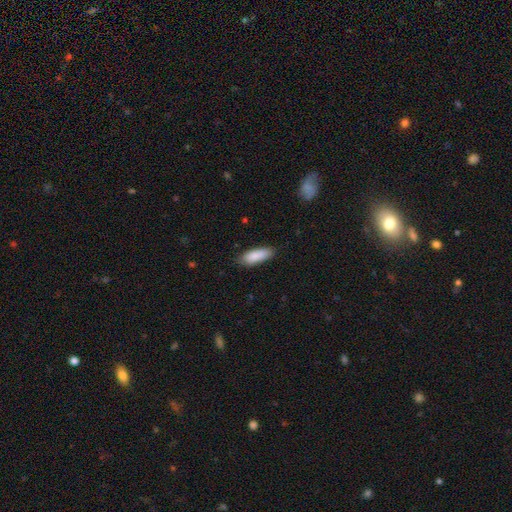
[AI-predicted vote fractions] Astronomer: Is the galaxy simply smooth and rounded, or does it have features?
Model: smooth — 87%.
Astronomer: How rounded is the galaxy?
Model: in between — 69%.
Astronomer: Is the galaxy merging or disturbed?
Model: none — 80%.